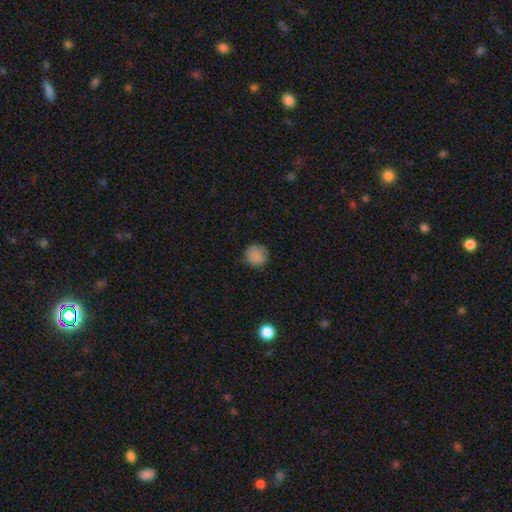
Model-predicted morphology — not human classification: smooth-or-featured: smooth: 85% | star or artifact: 10% | featured or disk: 5%
  how-rounded: round: 92% | in between: 7% | cigar-shaped: 1%
  merging: none: 83% | minor disturbance: 13% | major disturbance: 3% | merger: 1%